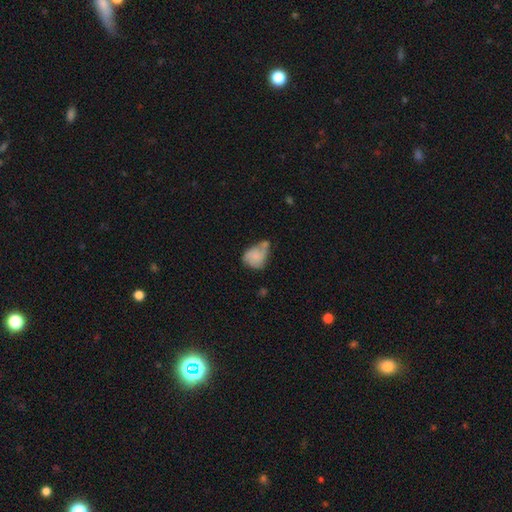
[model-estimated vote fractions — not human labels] A smooth galaxy with no disk features (65%) that is in between round and cigar-shaped (56%). Merging: merger (30%).